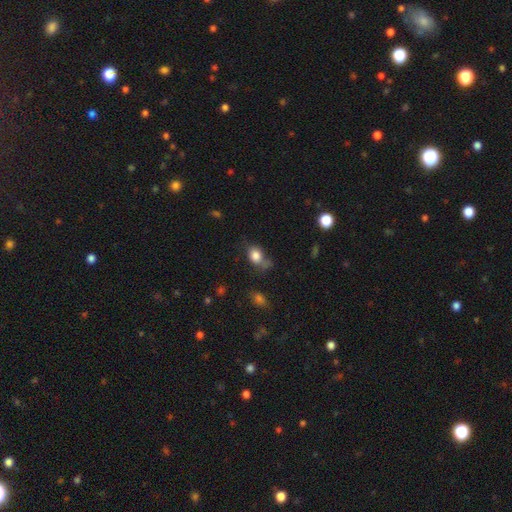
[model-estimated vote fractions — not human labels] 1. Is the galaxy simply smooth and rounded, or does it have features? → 82% smooth, 10% star or artifact, 8% featured or disk.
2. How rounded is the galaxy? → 59% in between, 39% round, 2% cigar-shaped.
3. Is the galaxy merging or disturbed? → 53% none, 25% minor disturbance, 11% major disturbance, 10% merger.